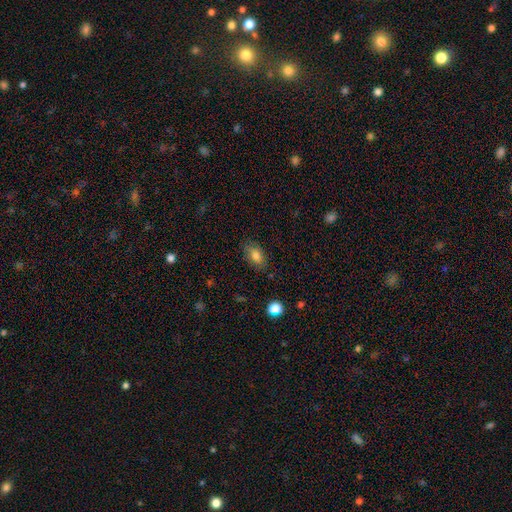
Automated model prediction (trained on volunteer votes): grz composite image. It shows a smooth galaxy with no disk features (82%) that is in between round and cigar-shaped (88%). Merging: none (81%).